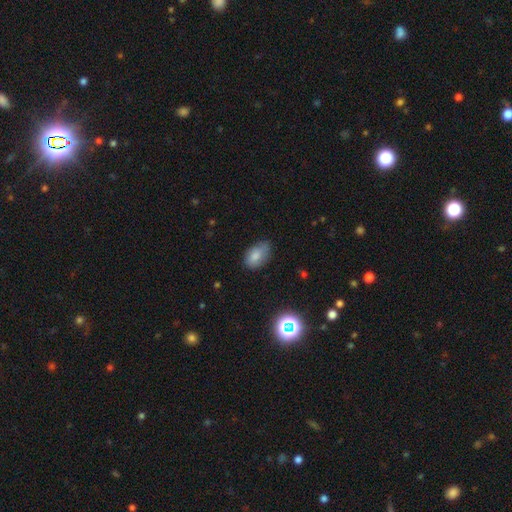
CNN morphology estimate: Q: Smooth or featured?
A: smooth (80%); runner-up: star or artifact (10%)
Q: How rounded?
A: in between (90%); runner-up: round (8%)
Q: Merging?
A: none (62%); runner-up: minor disturbance (30%)